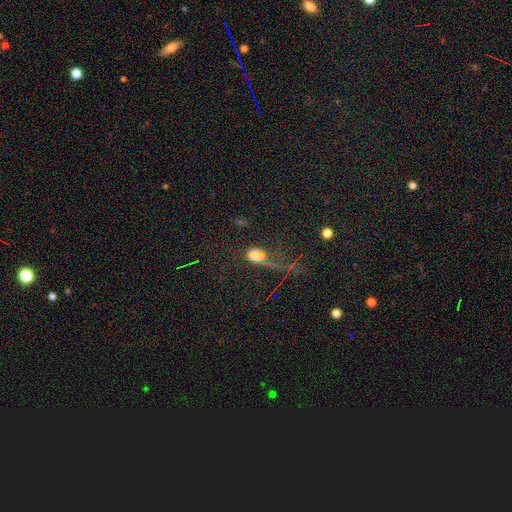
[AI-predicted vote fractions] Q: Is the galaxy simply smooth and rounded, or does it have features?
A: star or artifact — 54%.